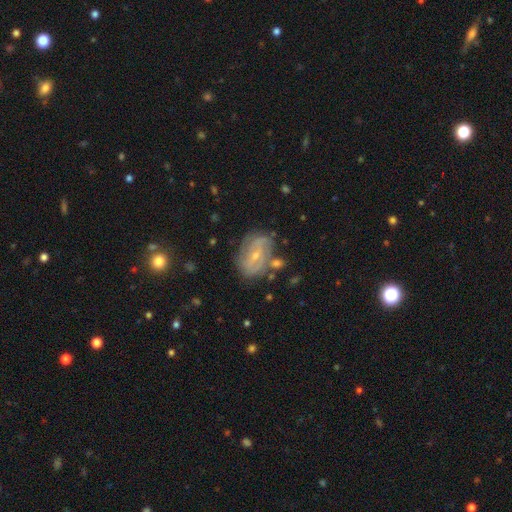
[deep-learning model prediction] Smooth or featured? featured or disk (76%)
Edge-on disk? no (96%)
Bar? weak (45%)
Spiral arms? yes (83%)
Spiral winding? tight (44%)
Spiral arm count? 2 (48%)
Bulge size? small (64%)
Merging? none (65%)